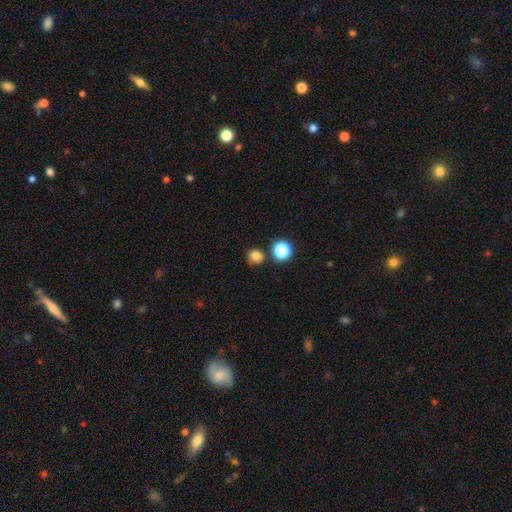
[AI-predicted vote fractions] This appears to be a smooth galaxy with no disk features (78%) that is round (87%). Merging: none (81%).